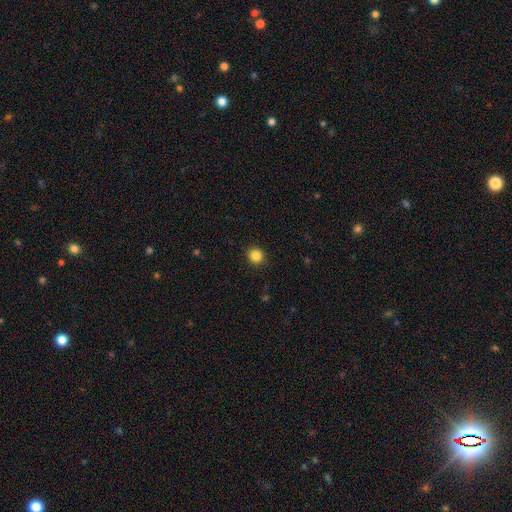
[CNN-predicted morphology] Smooth or featured? smooth (85%)
How rounded? round (92%)
Merging? none (92%)